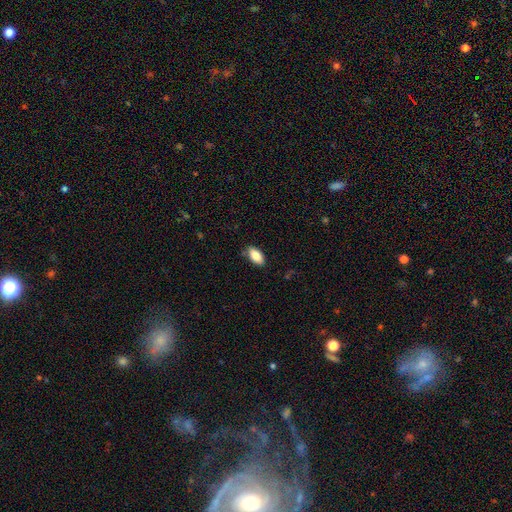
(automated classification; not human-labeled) Smooth or featured?
  - smooth: 85% *
  - featured or disk: 8%
  - star or artifact: 7%
How rounded?
  - in between: 93% *
  - cigar-shaped: 4%
  - round: 3%
Merging?
  - none: 80% *
  - minor disturbance: 16%
  - major disturbance: 3%
  - merger: 2%